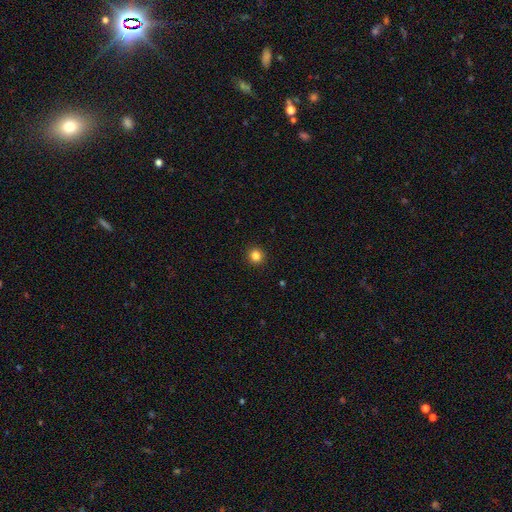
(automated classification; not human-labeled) Smooth or featured?
  - smooth: 84% *
  - star or artifact: 12%
  - featured or disk: 4%
How rounded?
  - round: 92% *
  - in between: 7%
  - cigar-shaped: 1%
Merging?
  - none: 93% *
  - minor disturbance: 5%
  - major disturbance: 2%
  - merger: 1%